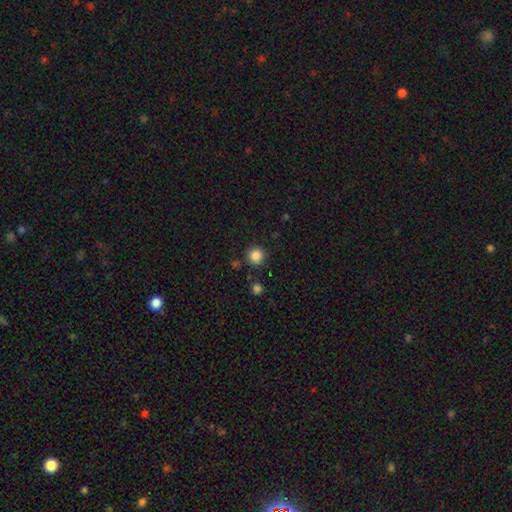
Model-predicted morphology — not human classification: Q: Smooth or featured?
A: smooth (86%); runner-up: star or artifact (11%)
Q: How rounded?
A: round (95%); runner-up: in between (4%)
Q: Merging?
A: none (88%); runner-up: minor disturbance (6%)